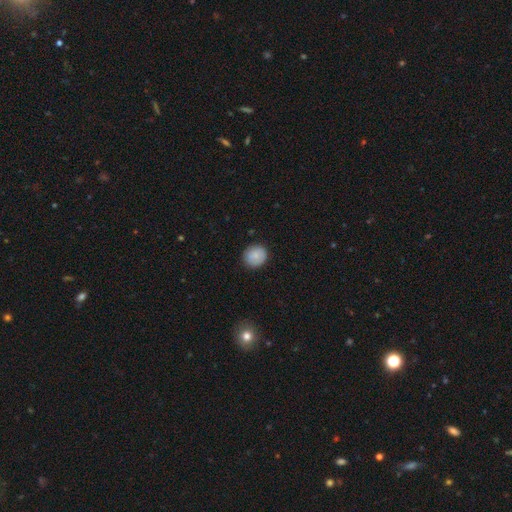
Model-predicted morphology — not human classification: Smooth or featured: smooth — 85% (star or artifact — 8%)
How rounded: round — 84% (in between — 15%)
Merging: none — 88% (minor disturbance — 9%)